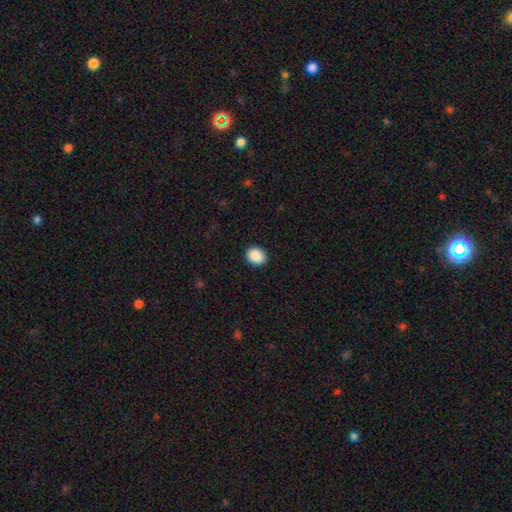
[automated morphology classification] smooth 90%, star or artifact 8%, featured or disk 2%. Down the decision tree: how rounded — round (58%); merging — none (91%).